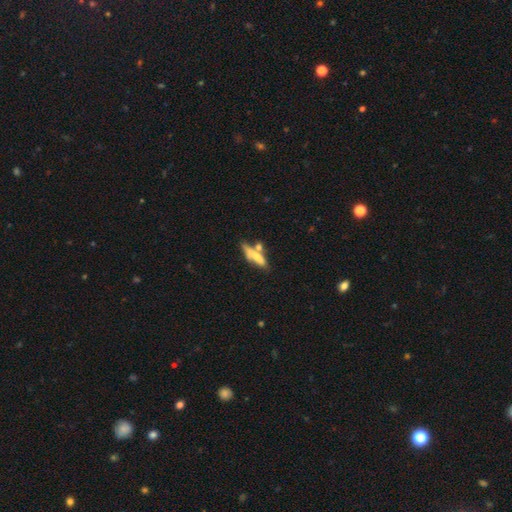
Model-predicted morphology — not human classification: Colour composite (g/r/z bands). It shows a smooth galaxy with no disk features (60%) that is cigar-shaped (65%). Merging: none (42%).